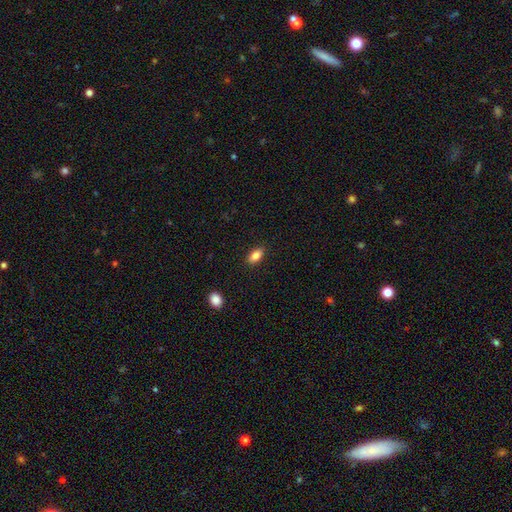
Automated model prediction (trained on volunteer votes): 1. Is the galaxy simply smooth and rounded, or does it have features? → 84% smooth, 8% star or artifact, 8% featured or disk.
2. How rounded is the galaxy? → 89% in between, 6% cigar-shaped, 5% round.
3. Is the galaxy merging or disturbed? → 88% none, 9% minor disturbance, 2% major disturbance, 1% merger.